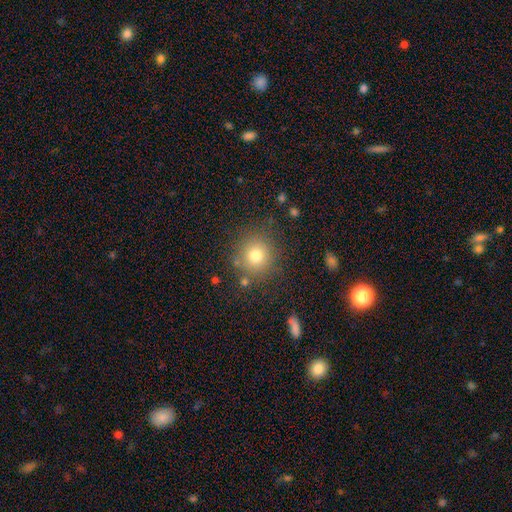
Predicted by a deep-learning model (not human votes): Smooth or featured? Predicted: smooth (p=0.75). How rounded? Predicted: round (p=0.92). Merging? Predicted: none (p=0.83).